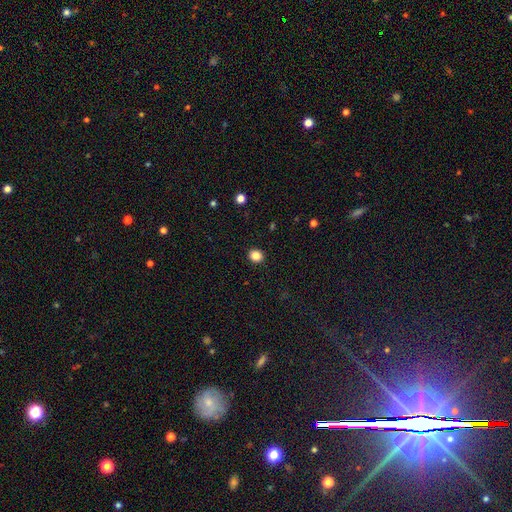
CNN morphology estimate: Q: Smooth or featured?
A: smooth (85%); runner-up: star or artifact (11%)
Q: How rounded?
A: round (80%); runner-up: in between (19%)
Q: Merging?
A: none (92%); runner-up: minor disturbance (5%)